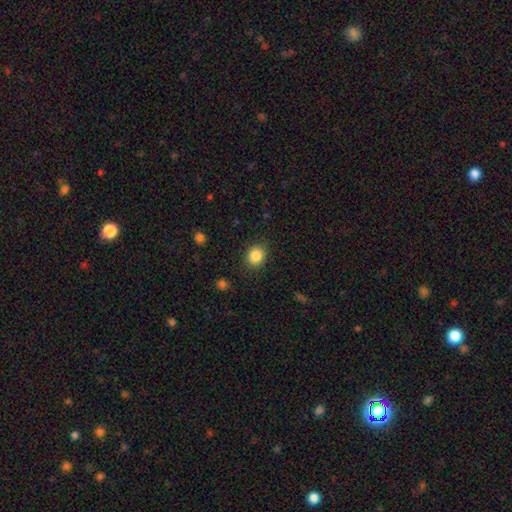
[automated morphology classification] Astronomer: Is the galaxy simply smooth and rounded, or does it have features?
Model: smooth — 86%.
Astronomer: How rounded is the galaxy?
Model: round — 64%.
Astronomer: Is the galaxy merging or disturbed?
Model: none — 86%.